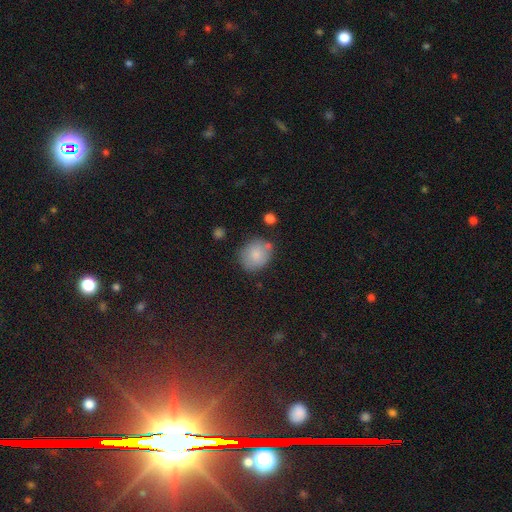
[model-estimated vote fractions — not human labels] Smooth or featured: smooth — 80% (featured or disk — 12%)
How rounded: round — 69% (in between — 30%)
Merging: none — 68% (minor disturbance — 19%)